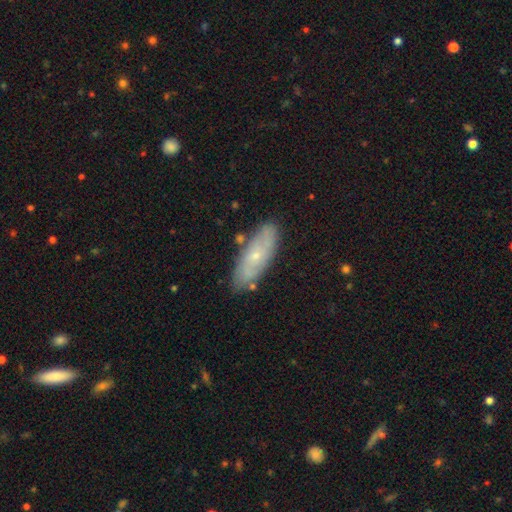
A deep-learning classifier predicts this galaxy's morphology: This appears to be a featured or disk galaxy (52%). Merging: none (80%).